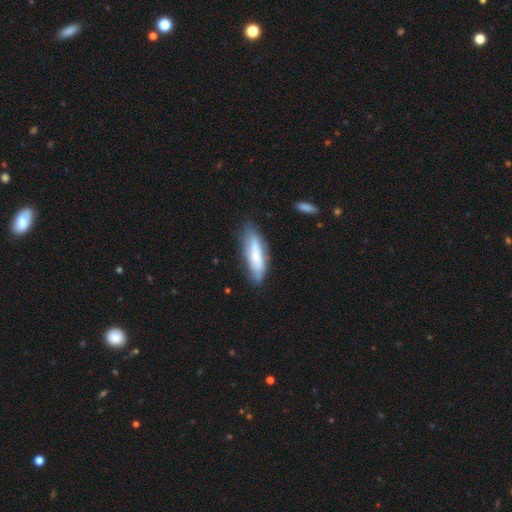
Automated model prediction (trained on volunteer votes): smooth 63%, featured or disk 31%, star or artifact 6%. Down the decision tree: how rounded — cigar-shaped (55%); merging — none (72%).